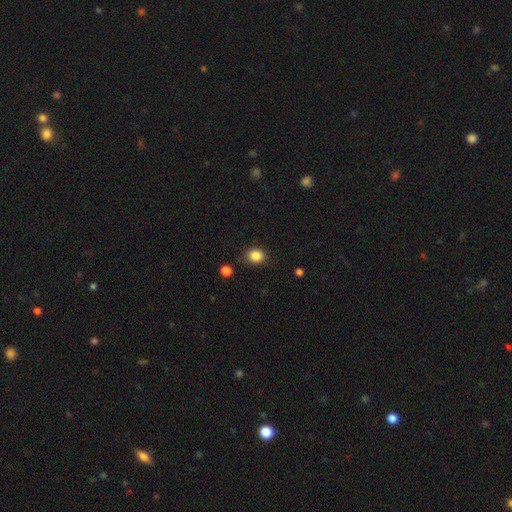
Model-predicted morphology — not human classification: The model was most divided on "how rounded": round: 57%, in between: 43%, cigar-shaped: 1%. More confident: smooth or featured — smooth (86%); merging — none (85%).